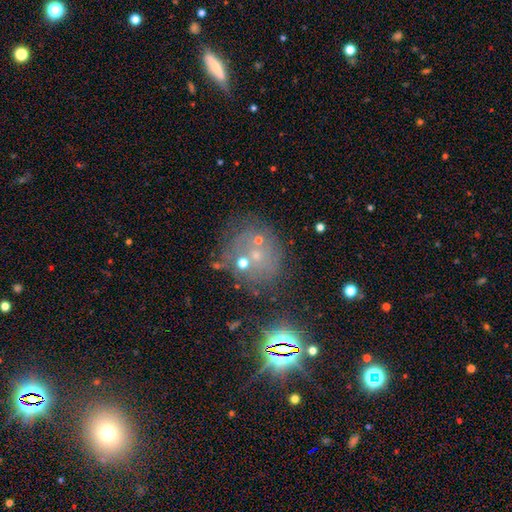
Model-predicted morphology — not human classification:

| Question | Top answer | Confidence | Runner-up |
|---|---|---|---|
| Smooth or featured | star or artifact | 41% | featured or disk (33%) |